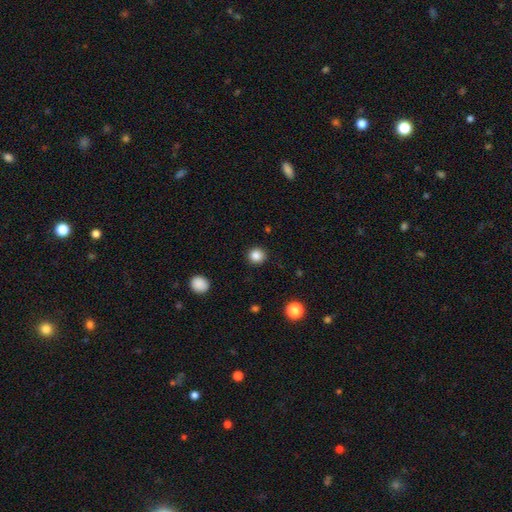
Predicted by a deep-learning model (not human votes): Smooth or featured? Predicted: smooth (p=0.85). How rounded? Predicted: round (p=0.91). Merging? Predicted: none (p=0.91).